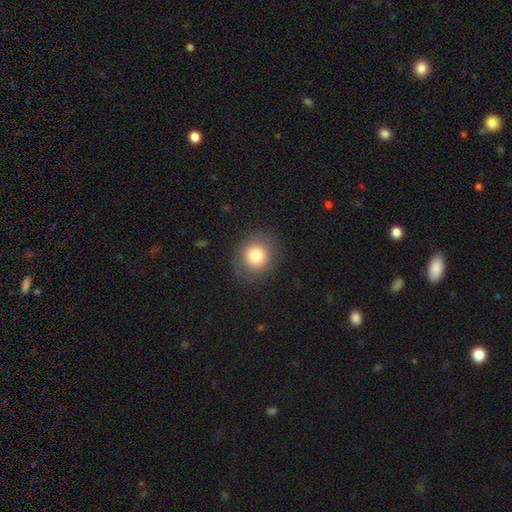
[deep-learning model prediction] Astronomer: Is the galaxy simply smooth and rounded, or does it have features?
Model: smooth — 78%.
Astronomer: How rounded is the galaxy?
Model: round — 84%.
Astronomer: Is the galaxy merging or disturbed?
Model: none — 86%.